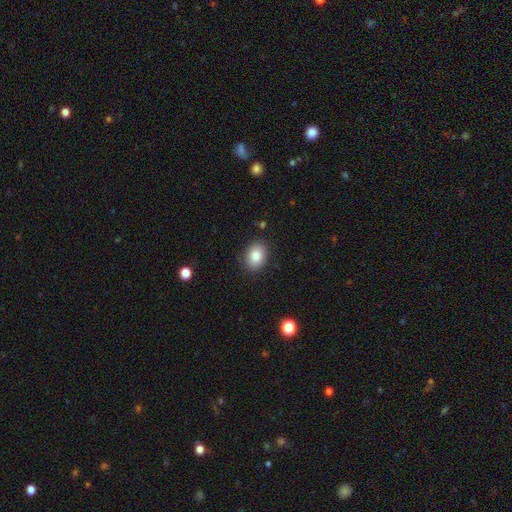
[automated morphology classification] Q: Smooth or featured?
A: smooth (85%); runner-up: star or artifact (8%)
Q: How rounded?
A: in between (67%); runner-up: round (32%)
Q: Merging?
A: none (86%); runner-up: minor disturbance (10%)